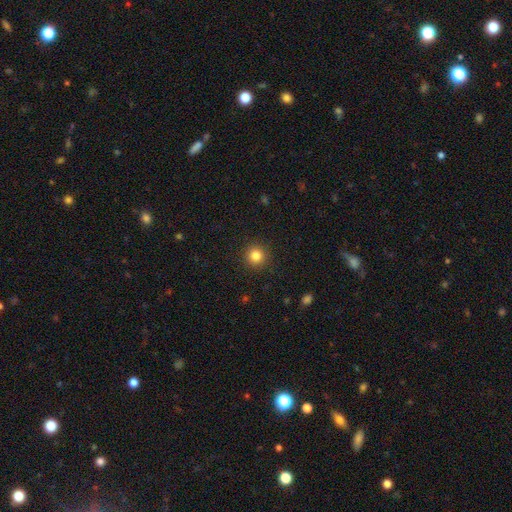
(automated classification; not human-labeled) Smooth or featured?
  - smooth: 83% *
  - star or artifact: 12%
  - featured or disk: 5%
How rounded?
  - round: 95% *
  - in between: 4%
  - cigar-shaped: 1%
Merging?
  - none: 92% *
  - minor disturbance: 5%
  - major disturbance: 2%
  - merger: 1%